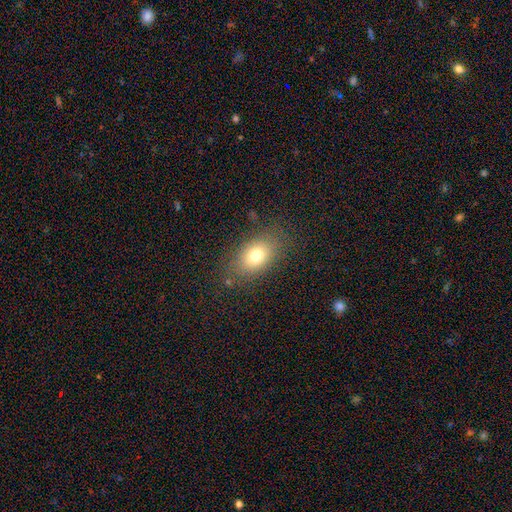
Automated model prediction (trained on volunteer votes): smooth-or-featured: smooth: 76% | featured or disk: 13% | star or artifact: 11%
  how-rounded: in between: 83% | round: 15% | cigar-shaped: 2%
  merging: none: 80% | minor disturbance: 13% | major disturbance: 5% | merger: 2%